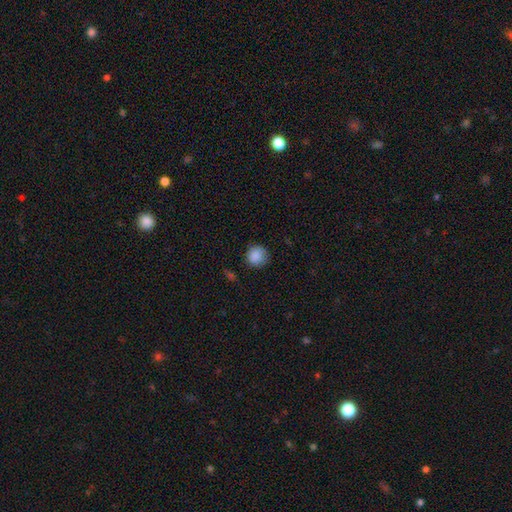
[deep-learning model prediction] smooth_or_featured: smooth (p=0.88) [alt: star or artifact p=0.09]
how_rounded: round (p=0.92) [alt: in between p=0.07]
merging: none (p=0.82) [alt: minor disturbance p=0.13]